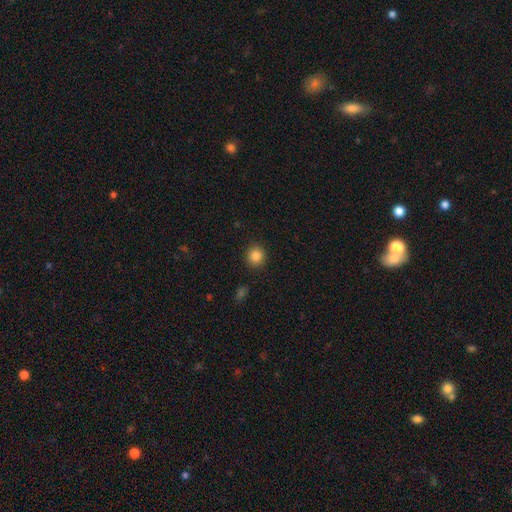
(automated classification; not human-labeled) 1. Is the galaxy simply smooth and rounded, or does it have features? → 85% smooth, 11% star or artifact, 4% featured or disk.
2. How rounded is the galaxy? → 90% round, 9% in between, 1% cigar-shaped.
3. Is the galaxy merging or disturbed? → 91% none, 6% minor disturbance, 2% major disturbance, 1% merger.